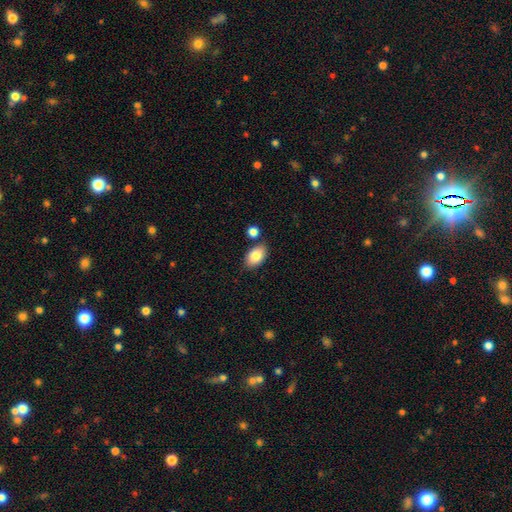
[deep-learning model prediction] Overall: smooth (84%). How rounded: in between (90%). Merging: none (79%).